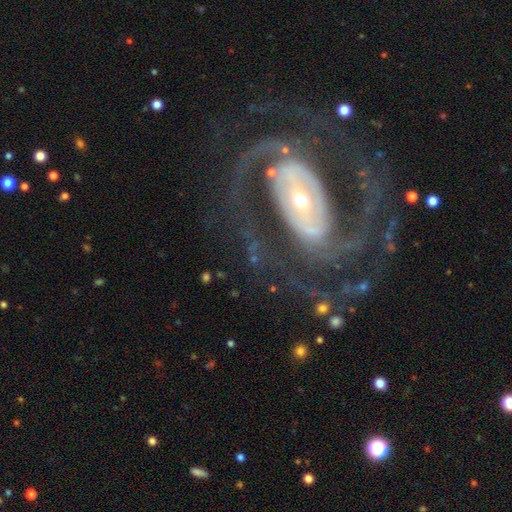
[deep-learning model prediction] Smooth or featured? featured or disk (86%)
Edge-on disk? no (95%)
Bar? no (36%)
Spiral arms? yes (91%)
Spiral winding? medium (44%)
Spiral arm count? 2 (67%)
Bulge size? small (55%)
Merging? none (63%)